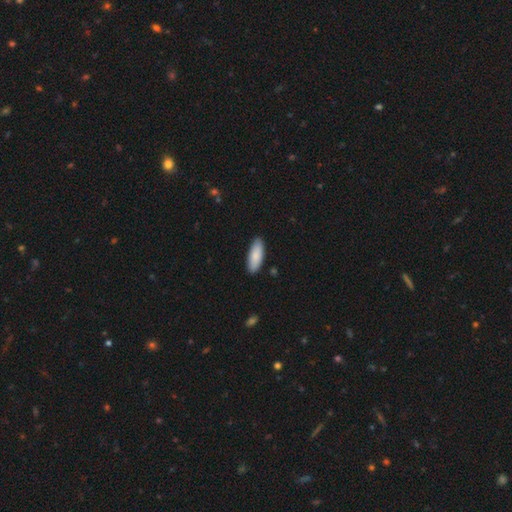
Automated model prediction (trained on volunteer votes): smooth-or-featured: smooth: 87% | featured or disk: 8% | star or artifact: 5%
  how-rounded: in between: 71% | cigar-shaped: 28% | round: 2%
  merging: none: 89% | minor disturbance: 8% | major disturbance: 2% | merger: 1%